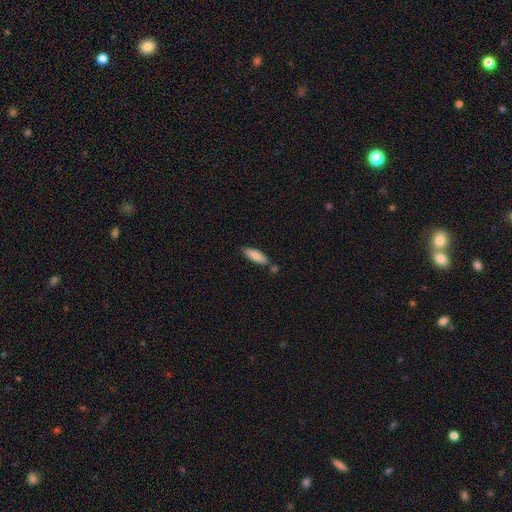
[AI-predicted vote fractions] A smooth galaxy with no disk features (83%) that is in between round and cigar-shaped (50%). Merging: none (73%).